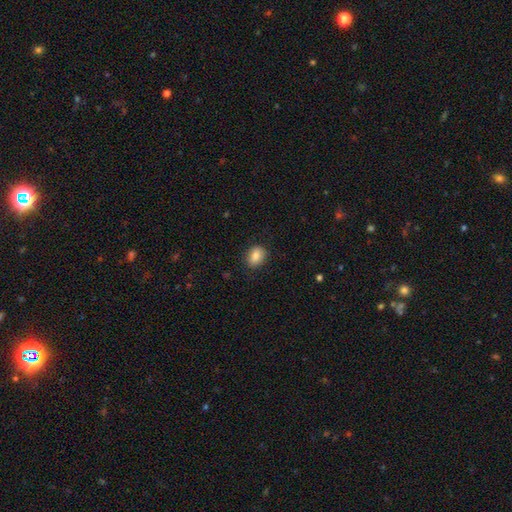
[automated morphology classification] Smooth or featured?
  - smooth: 83% *
  - star or artifact: 9%
  - featured or disk: 8%
How rounded?
  - in between: 62% *
  - round: 37%
  - cigar-shaped: 1%
Merging?
  - none: 85% *
  - minor disturbance: 11%
  - major disturbance: 3%
  - merger: 1%